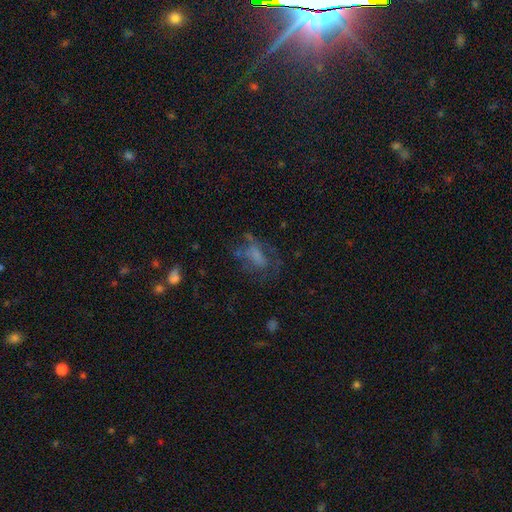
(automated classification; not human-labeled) Overall: smooth (43%; featured or disk 40%). Merging: none (42%; major disturbance 34%).